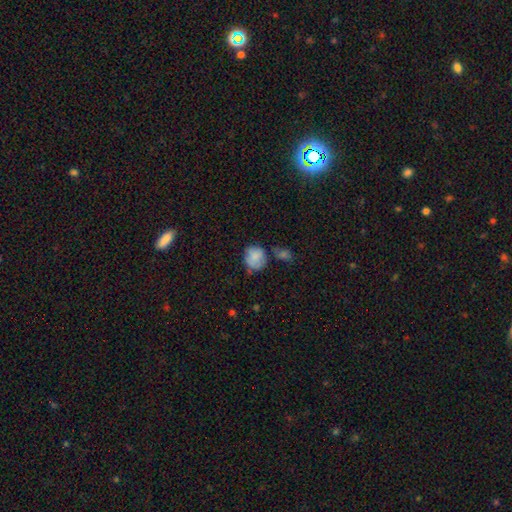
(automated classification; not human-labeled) A smooth galaxy with no disk features (79%) that is round (76%). Merging: none (53%).